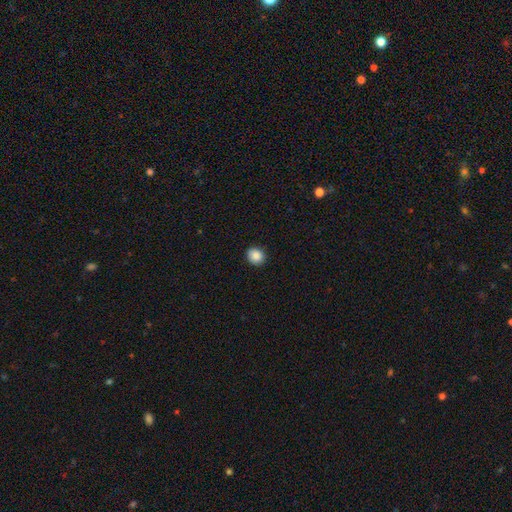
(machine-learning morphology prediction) type=smooth (88%); roundness=round (73%); merging=none (90%).